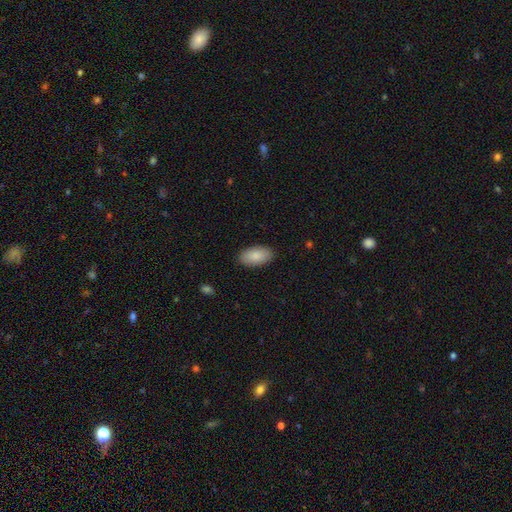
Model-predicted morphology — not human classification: The model was most divided on "merging": none: 89%, minor disturbance: 8%, major disturbance: 2%, merger: 1%. More confident: how rounded — in between (95%); smooth or featured — smooth (88%).